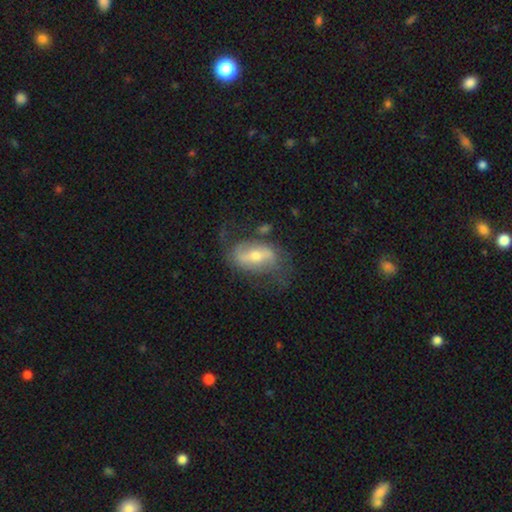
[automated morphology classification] A featured or disk galaxy (71%) with a strong bar (45%), 2 (81%) loose (50%) spiral arms (79%) and a moderate central bulge (59%). Merging: none (55%).